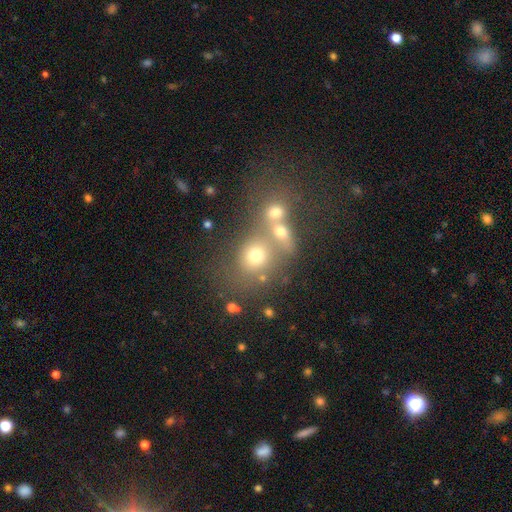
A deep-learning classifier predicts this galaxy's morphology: smooth_or_featured: smooth (p=0.69) [alt: star or artifact p=0.17]
how_rounded: round (p=0.69) [alt: in between p=0.29]
merging: merger (p=0.44) [alt: none p=0.40]